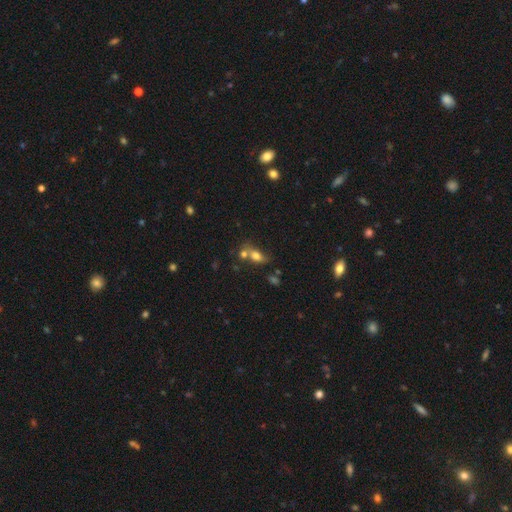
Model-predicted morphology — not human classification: This is likely a smooth galaxy (73%). How rounded: likely in between (71%). Merging: marginally merger (39%).